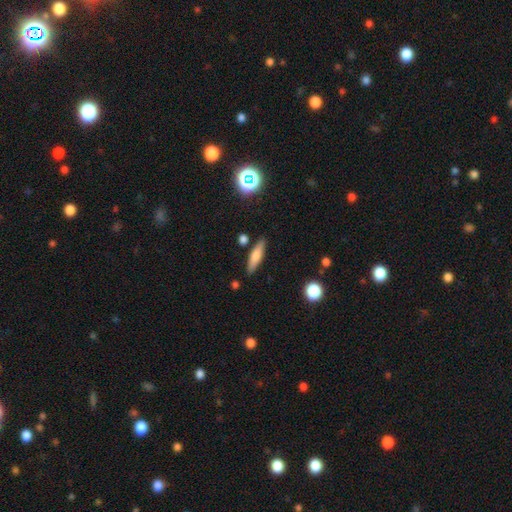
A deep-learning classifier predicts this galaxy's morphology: Smooth or featured? smooth (65%)
How rounded? cigar-shaped (69%)
Merging? none (84%)